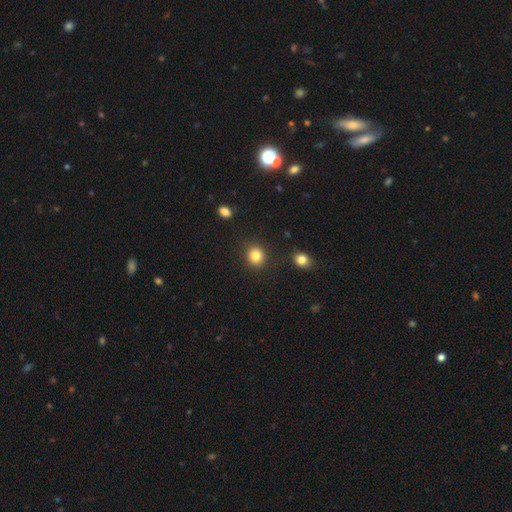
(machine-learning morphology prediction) A smooth galaxy with no disk features (84%) that is round (74%).

Vote fractions:
- Smooth or featured? smooth: 84% / star or artifact: 10% / featured or disk: 5%
- How rounded? round: 74% / in between: 25% / cigar-shaped: 1%
- Merging? none: 87% / minor disturbance: 7% / major disturbance: 3% / merger: 3%